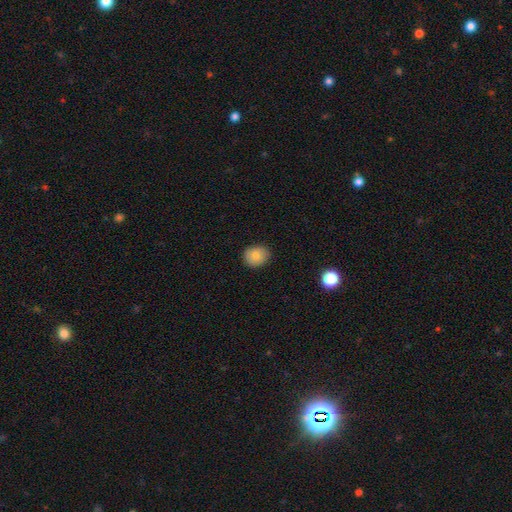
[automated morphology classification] Q: Smooth or featured?
A: smooth (81%); runner-up: featured or disk (10%)
Q: How rounded?
A: round (65%); runner-up: in between (34%)
Q: Merging?
A: none (87%); runner-up: minor disturbance (10%)